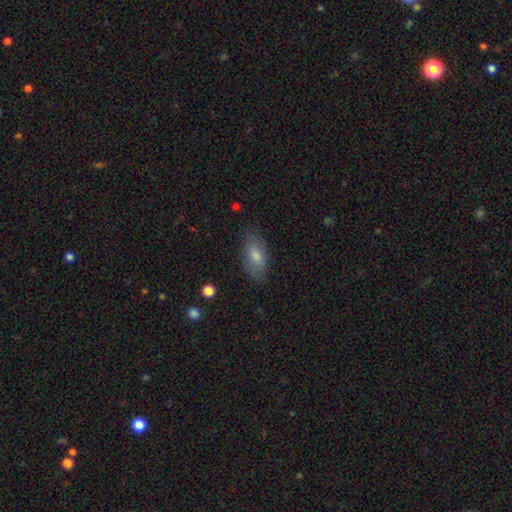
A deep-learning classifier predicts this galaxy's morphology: A smooth galaxy with no disk features (71%) that is in between round and cigar-shaped (86%). Merging: none (81%).